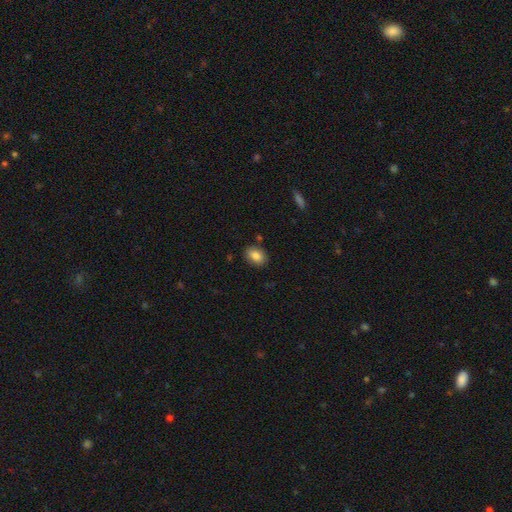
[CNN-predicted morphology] The model was most divided on "how rounded": in between: 77%, round: 22%, cigar-shaped: 1%. More confident: merging — none (86%); smooth or featured — smooth (85%).